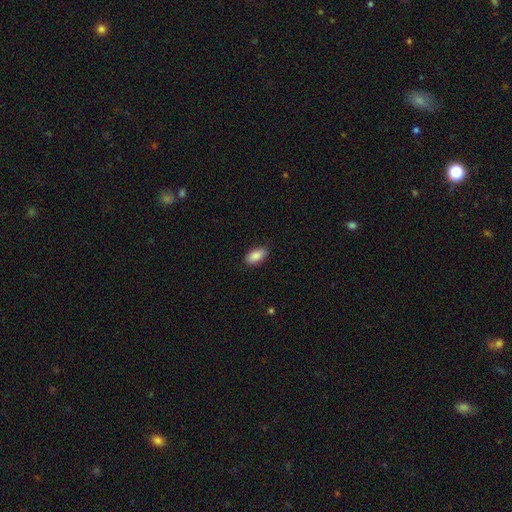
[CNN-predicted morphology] Smooth or featured: smooth — 89% (star or artifact — 7%)
How rounded: in between — 92% (cigar-shaped — 5%)
Merging: none — 86% (minor disturbance — 11%)